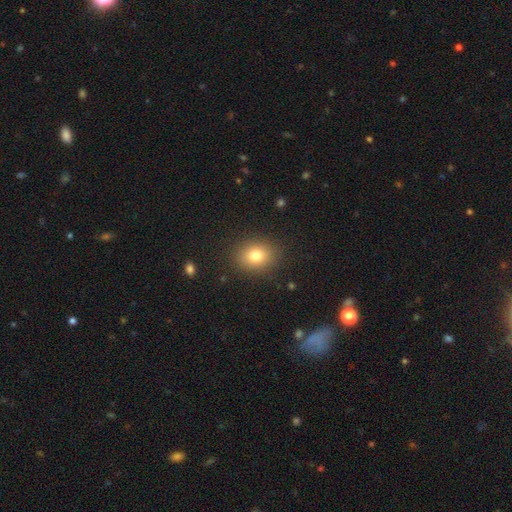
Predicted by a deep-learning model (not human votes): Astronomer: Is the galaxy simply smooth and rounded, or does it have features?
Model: smooth — 79%.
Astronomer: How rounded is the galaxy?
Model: round — 52% (runner-up: in between, 47%).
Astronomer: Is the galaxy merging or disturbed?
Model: none — 88%.